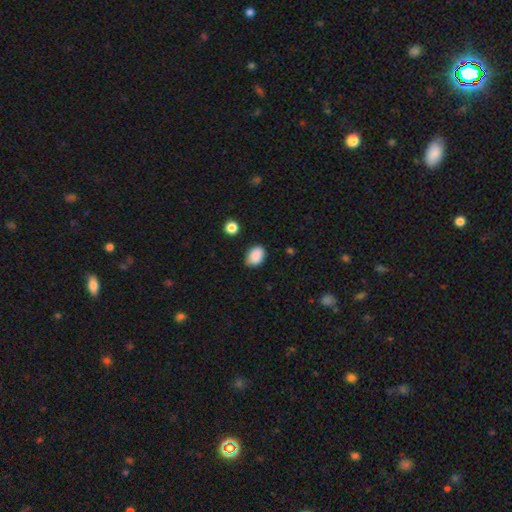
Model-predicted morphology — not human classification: This appears to be a smooth galaxy with no disk features (88%) that is in between round and cigar-shaped (74%). Merging: none (74%).